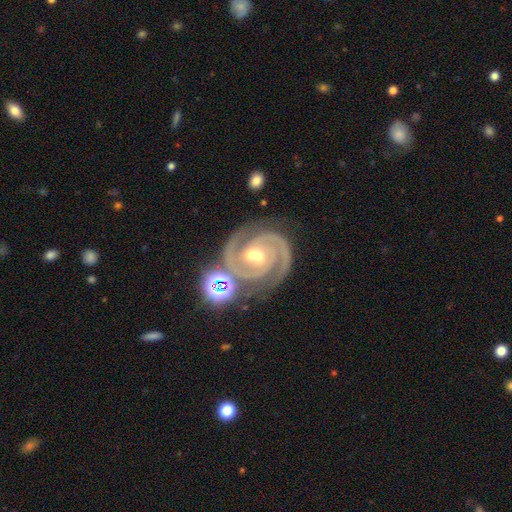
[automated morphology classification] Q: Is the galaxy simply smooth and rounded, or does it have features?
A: featured or disk — 91%.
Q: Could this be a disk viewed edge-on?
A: no — 98%.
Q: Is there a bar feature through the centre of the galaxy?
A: weak — 42%.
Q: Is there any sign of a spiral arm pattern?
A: yes — 99%.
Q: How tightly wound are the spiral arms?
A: tight — 68%.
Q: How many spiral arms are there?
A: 2 — 87%.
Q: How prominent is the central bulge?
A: moderate — 49%.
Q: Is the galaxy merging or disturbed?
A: none — 72%.